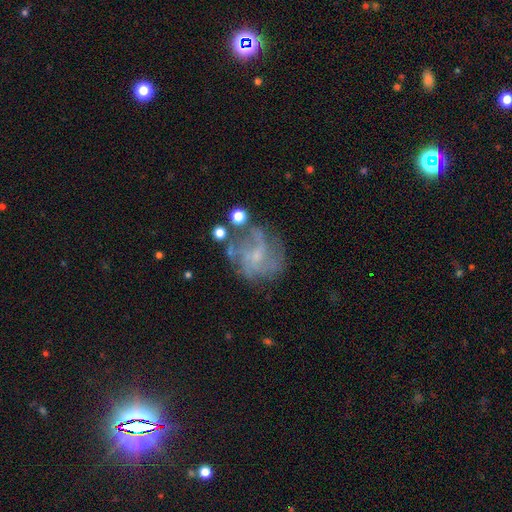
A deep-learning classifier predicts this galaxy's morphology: This appears to be a featured or disk galaxy (69%) with no bar (59%), medium (41%) spiral arms (75%) and a small central bulge (62%). Merging: none (52%).